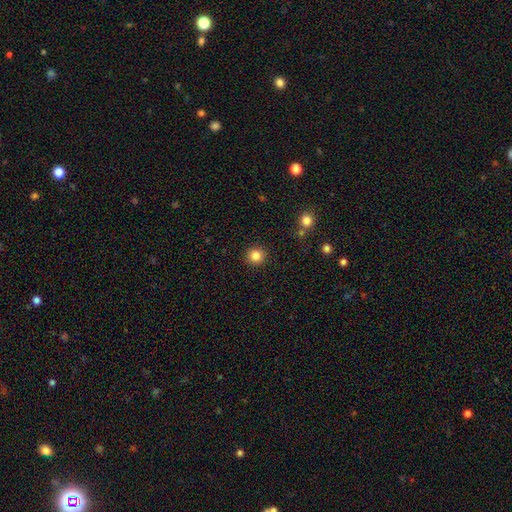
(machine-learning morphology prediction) smooth 85%, star or artifact 11%, featured or disk 4%. Down the decision tree: how rounded — round (94%); merging — none (92%).